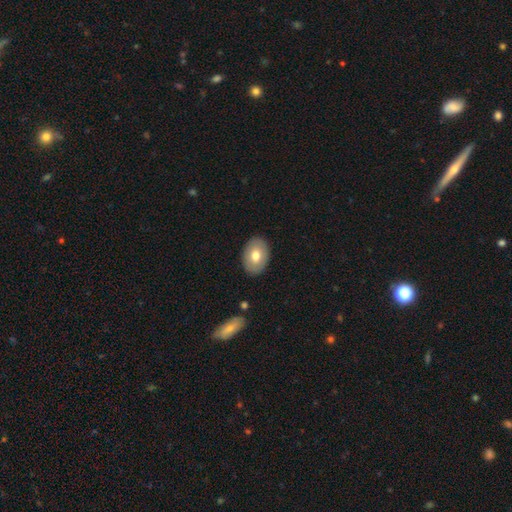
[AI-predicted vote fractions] smooth_or_featured: smooth (p=0.72) [alt: featured or disk p=0.22]
how_rounded: in between (p=0.82) [alt: round p=0.17]
merging: none (p=0.89) [alt: minor disturbance p=0.08]